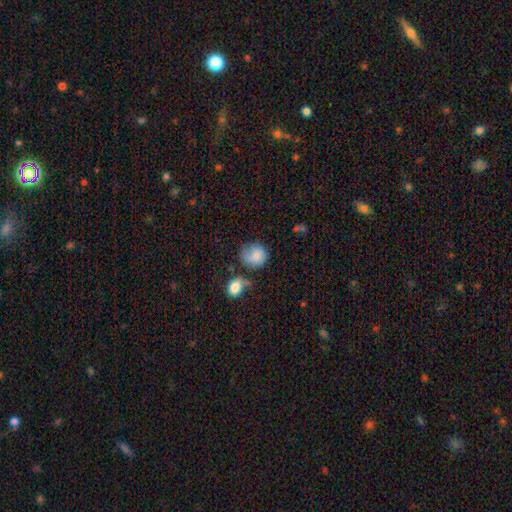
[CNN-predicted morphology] A smooth galaxy with no disk features (77%) that is round (73%).

Vote fractions:
- Smooth or featured? smooth: 77% / featured or disk: 15% / star or artifact: 8%
- How rounded? round: 73% / in between: 26% / cigar-shaped: 1%
- Merging? none: 42% / minor disturbance: 29% / major disturbance: 18% / merger: 11%